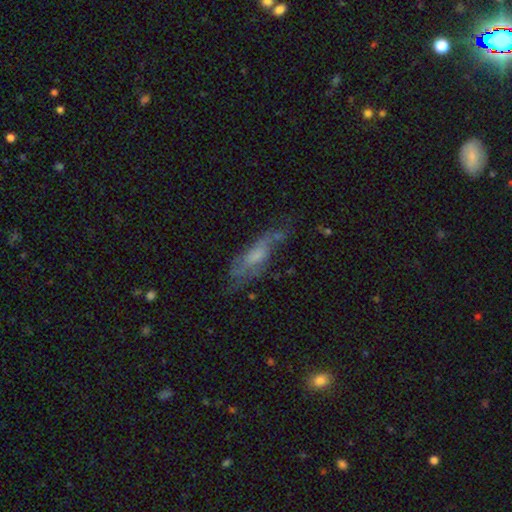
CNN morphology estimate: Smooth or featured? Predicted: featured or disk (p=0.51). Edge-on disk? Predicted: no (p=0.69). Merging? Predicted: none (p=0.48).